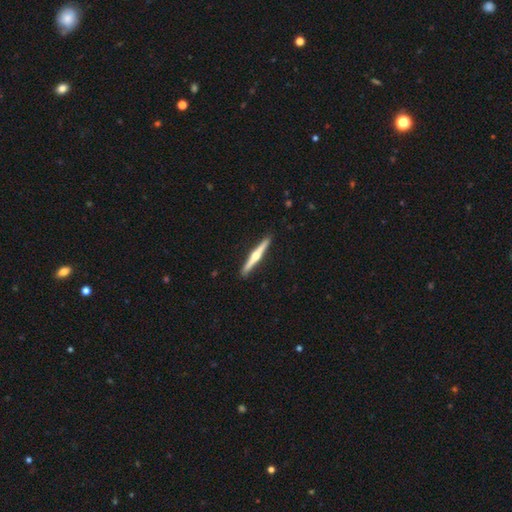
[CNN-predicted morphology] This appears to be a featured or disk galaxy (74%) viewed edge-on (98%) with a rounded central bulge (93%). Merging: none (92%).